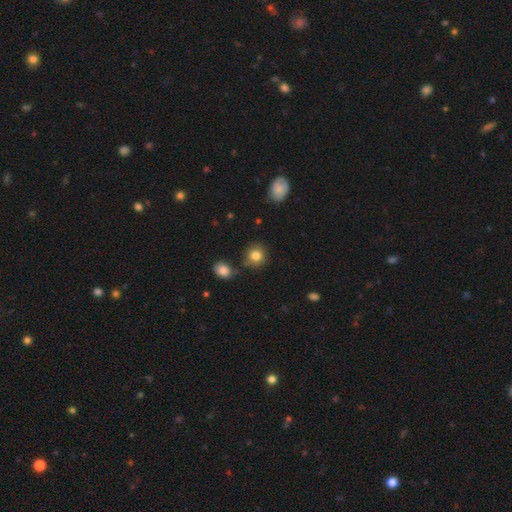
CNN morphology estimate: Smooth or featured? Predicted: smooth (p=0.82). How rounded? Predicted: round (p=0.85). Merging? Predicted: none (p=0.75).